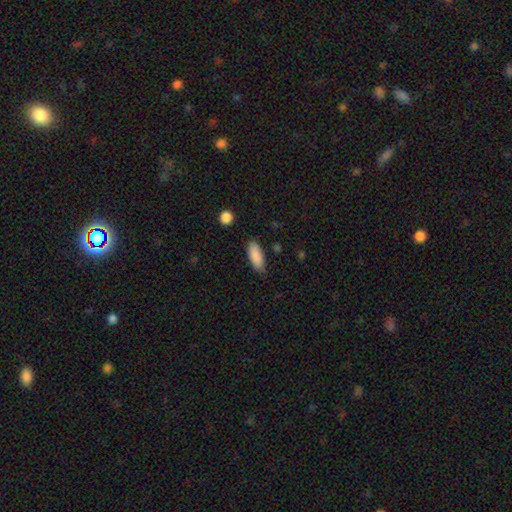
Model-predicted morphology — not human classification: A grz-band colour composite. It shows a smooth galaxy with no disk features (89%) that is in between round and cigar-shaped (75%). Merging: none (84%).